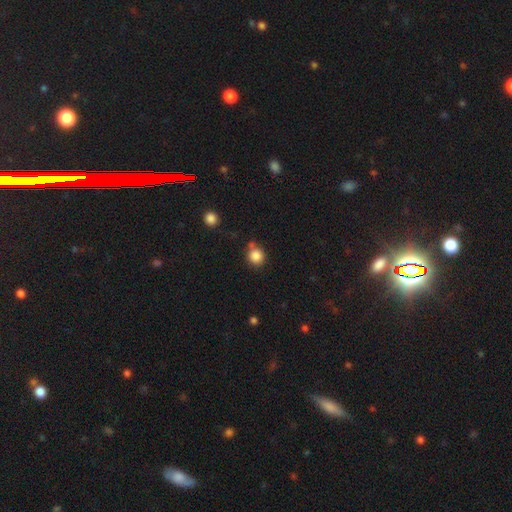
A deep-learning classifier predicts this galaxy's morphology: Smooth or featured? Predicted: smooth (p=0.85). How rounded? Predicted: round (p=0.89). Merging? Predicted: none (p=0.65).